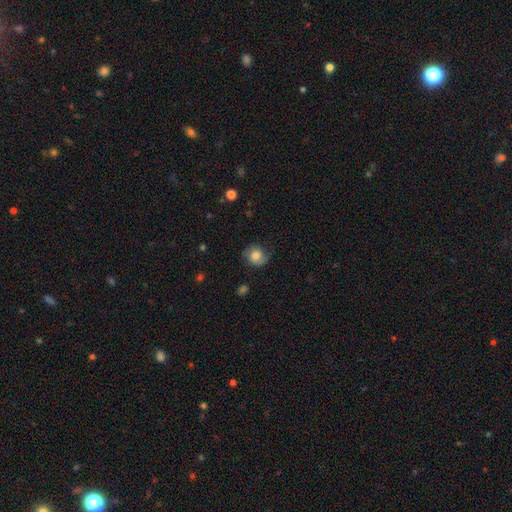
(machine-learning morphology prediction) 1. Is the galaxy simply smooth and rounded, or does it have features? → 61% smooth, 31% featured or disk, 9% star or artifact.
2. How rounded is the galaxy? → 74% round, 25% in between, 1% cigar-shaped.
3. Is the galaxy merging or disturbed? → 67% none, 23% minor disturbance, 9% major disturbance, 1% merger.